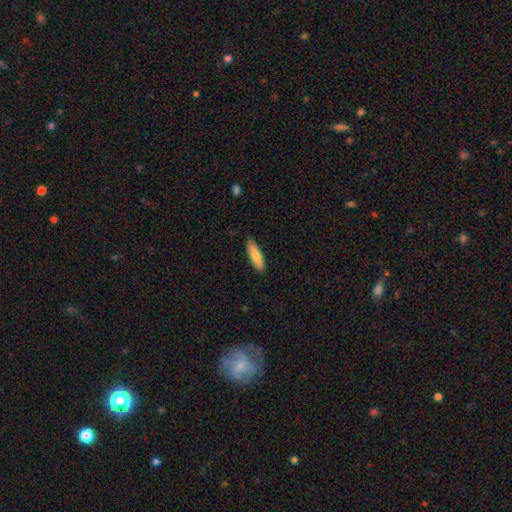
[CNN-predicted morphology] This is clearly a smooth galaxy (80%). How rounded: possibly cigar-shaped (53%). Merging: clearly none (87%).